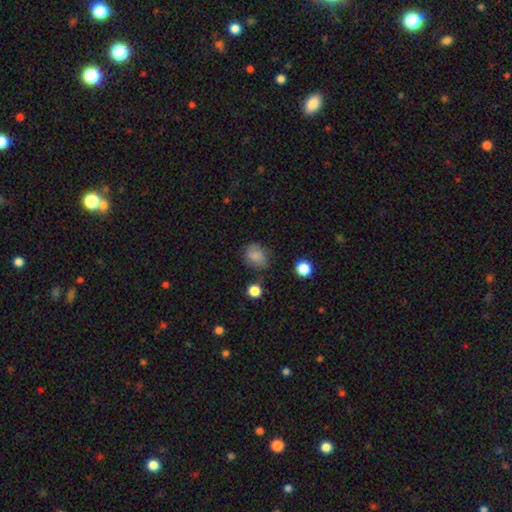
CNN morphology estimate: This is likely a smooth galaxy (77%). How rounded: possibly in between (50%). Merging: likely none (64%).